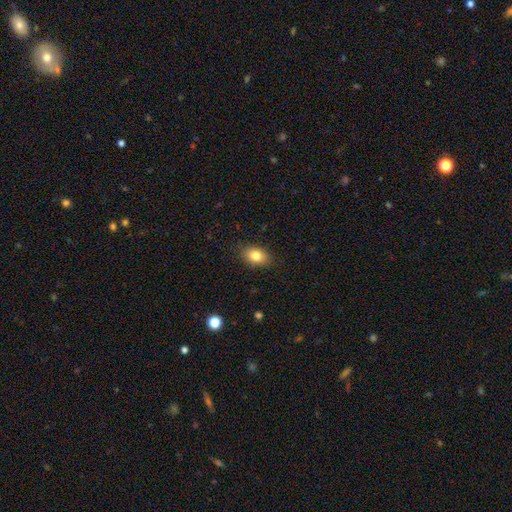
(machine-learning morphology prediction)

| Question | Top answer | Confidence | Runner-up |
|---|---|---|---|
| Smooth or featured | smooth | 81% | featured or disk (10%) |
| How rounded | in between | 80% | round (19%) |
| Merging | none | 85% | minor disturbance (11%) |